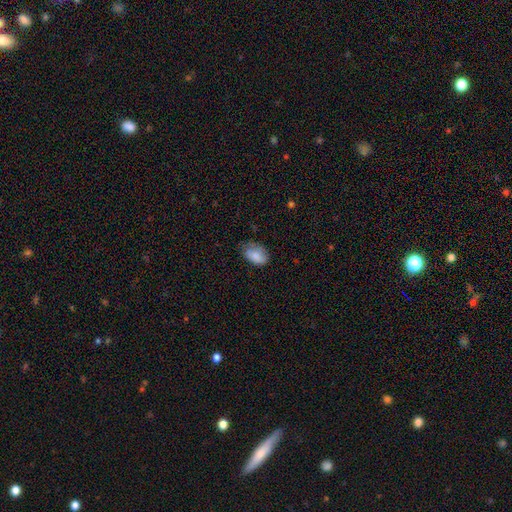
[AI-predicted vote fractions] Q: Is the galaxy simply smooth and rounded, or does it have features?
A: smooth — 82%.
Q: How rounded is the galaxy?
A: in between — 88%.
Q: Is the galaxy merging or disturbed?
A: none — 57%.